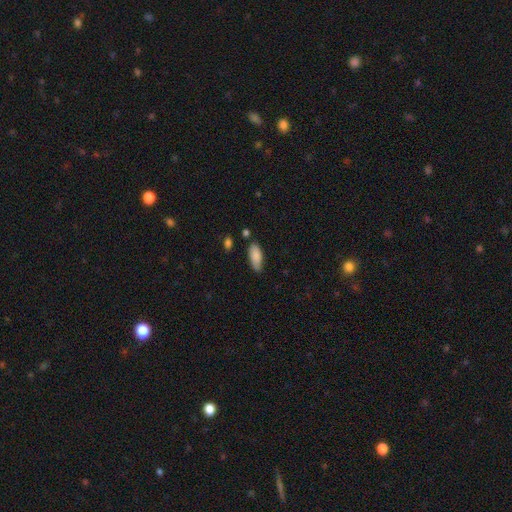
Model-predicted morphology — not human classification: A smooth galaxy with no disk features (86%) that is in between round and cigar-shaped (82%). Merging: none (71%).